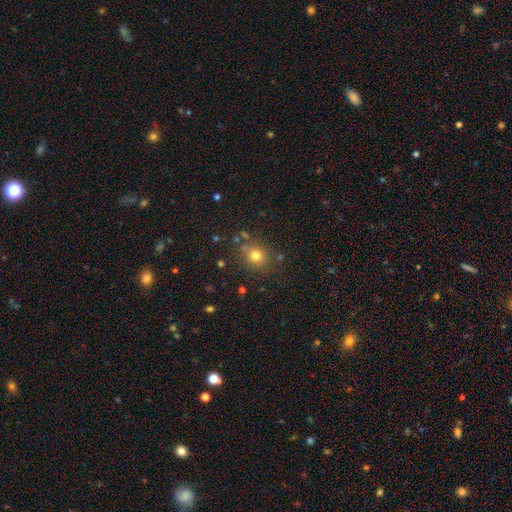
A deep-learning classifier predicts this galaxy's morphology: Smooth or featured: smooth — 76% (star or artifact — 15%)
How rounded: round — 71% (in between — 28%)
Merging: none — 77% (minor disturbance — 13%)